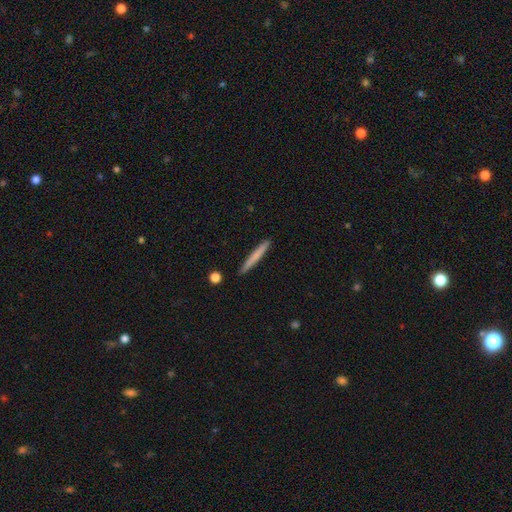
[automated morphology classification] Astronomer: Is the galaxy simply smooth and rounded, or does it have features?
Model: smooth — 69%.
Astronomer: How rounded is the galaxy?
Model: cigar-shaped — 97%.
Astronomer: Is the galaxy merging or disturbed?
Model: none — 90%.